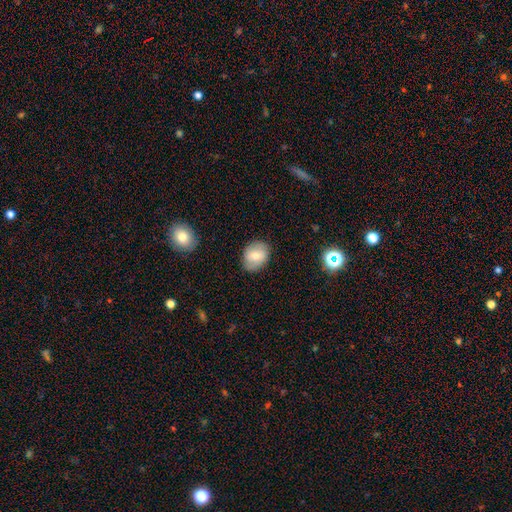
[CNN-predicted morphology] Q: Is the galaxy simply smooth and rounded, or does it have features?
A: smooth — 66%.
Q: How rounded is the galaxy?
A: in between — 51%.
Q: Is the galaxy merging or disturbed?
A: none — 81%.